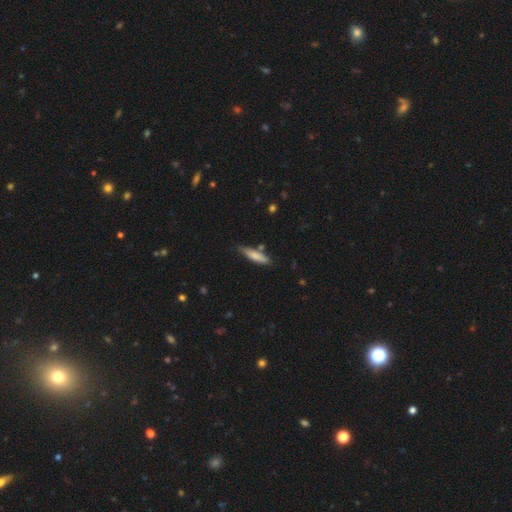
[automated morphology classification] Smooth or featured?
  - smooth: 76% *
  - featured or disk: 18%
  - star or artifact: 6%
How rounded?
  - cigar-shaped: 76% *
  - in between: 22%
  - round: 1%
Merging?
  - none: 73% *
  - minor disturbance: 18%
  - merger: 5%
  - major disturbance: 3%